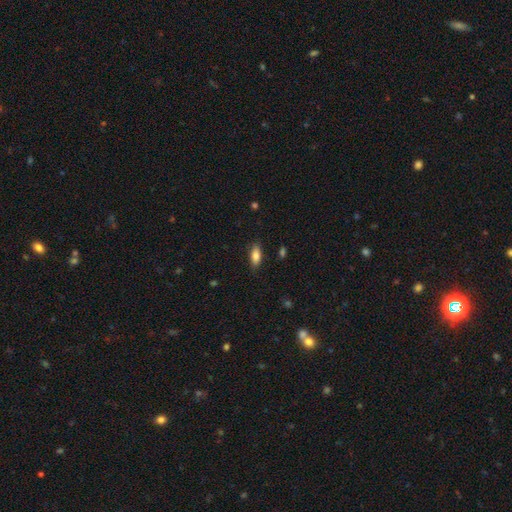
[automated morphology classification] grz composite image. It shows a smooth galaxy with no disk features (81%) that is in between round and cigar-shaped (79%). Merging: none (83%).